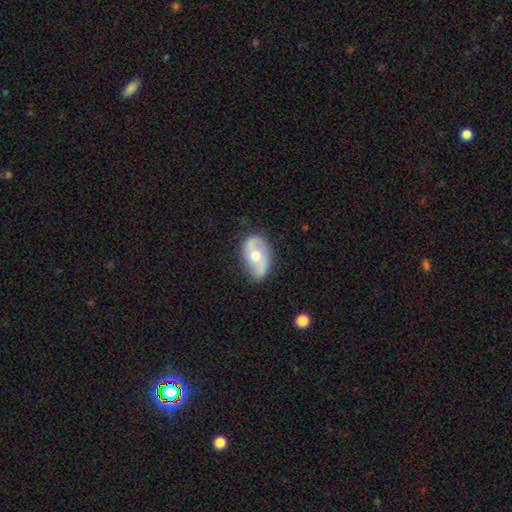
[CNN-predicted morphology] Smooth or featured: featured or disk — 61% (smooth — 33%)
Edge-on disk: no — 94% (yes — 6%)
Bar: no — 61% (weak — 28%)
Spiral arms: yes — 73% (no — 27%)
Bulge size: moderate — 71% (small — 24%)
Merging: none — 71% (minor disturbance — 22%)